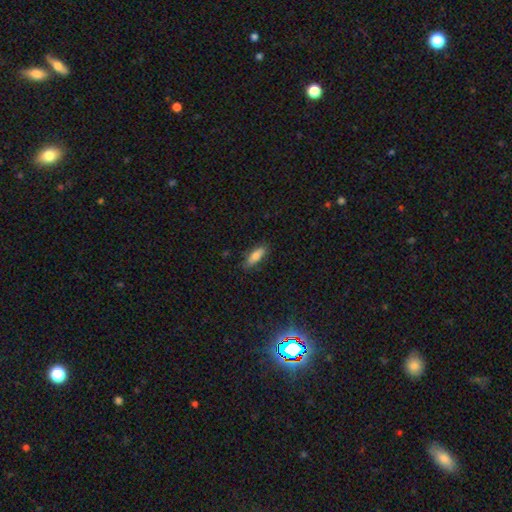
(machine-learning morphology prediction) A smooth galaxy with no disk features (78%) that is in between round and cigar-shaped (61%).

Vote fractions:
- Smooth or featured? smooth: 78% / featured or disk: 15% / star or artifact: 7%
- How rounded? in between: 61% / cigar-shaped: 37% / round: 2%
- Merging? none: 82% / minor disturbance: 14% / major disturbance: 3% / merger: 1%